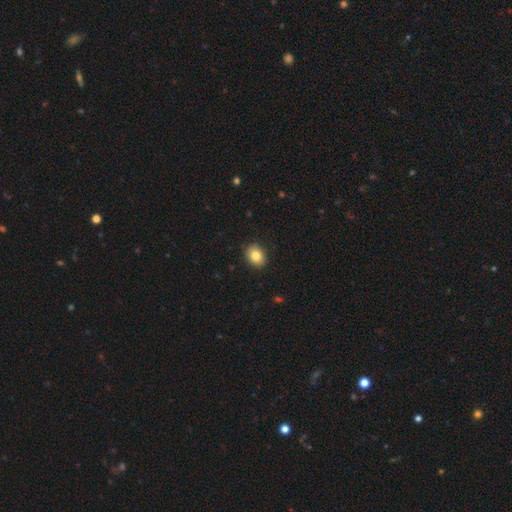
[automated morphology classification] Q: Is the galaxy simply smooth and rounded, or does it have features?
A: smooth — 83%.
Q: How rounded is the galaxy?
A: in between — 60%.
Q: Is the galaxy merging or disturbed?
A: none — 89%.